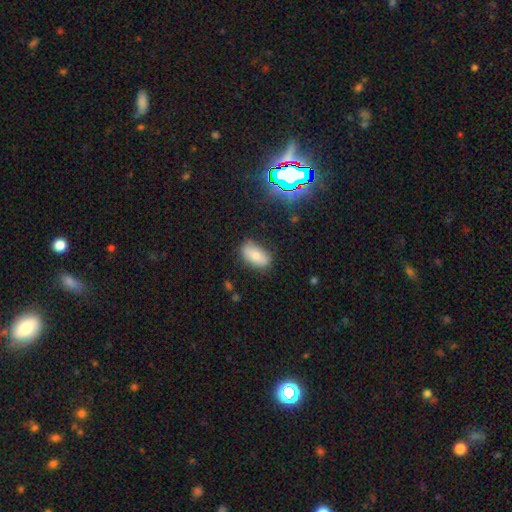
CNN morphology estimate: Overall: smooth (73%). How rounded: in between (89%). Merging: none (80%).